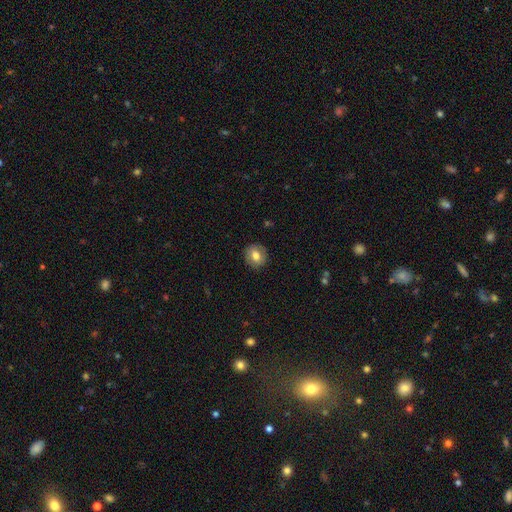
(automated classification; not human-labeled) Morphology: type=smooth (71%); roundness=round (82%); merging=none (87%).